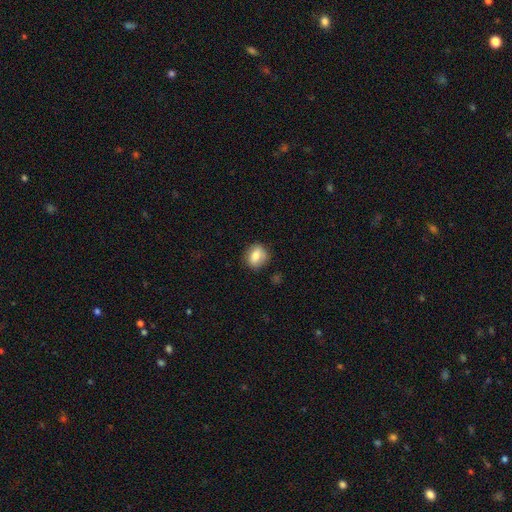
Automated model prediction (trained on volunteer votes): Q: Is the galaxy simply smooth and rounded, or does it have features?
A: smooth — 75%.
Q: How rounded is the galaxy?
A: round — 57%.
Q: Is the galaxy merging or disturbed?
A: none — 80%.